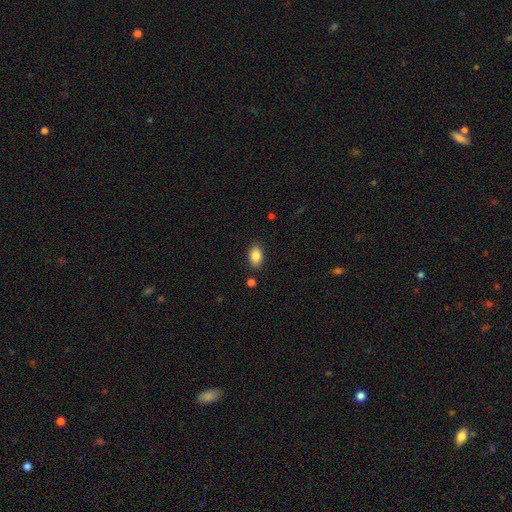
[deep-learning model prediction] Smooth or featured?
  - smooth: 85% *
  - star or artifact: 8%
  - featured or disk: 7%
How rounded?
  - in between: 89% *
  - round: 9%
  - cigar-shaped: 2%
Merging?
  - none: 85% *
  - minor disturbance: 10%
  - merger: 3%
  - major disturbance: 2%